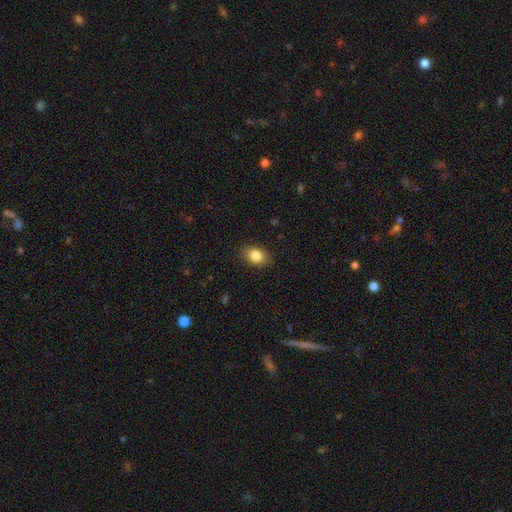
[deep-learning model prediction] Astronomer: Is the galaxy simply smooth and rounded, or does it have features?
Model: smooth — 85%.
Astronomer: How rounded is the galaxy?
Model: in between — 78%.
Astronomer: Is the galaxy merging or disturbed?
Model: none — 86%.